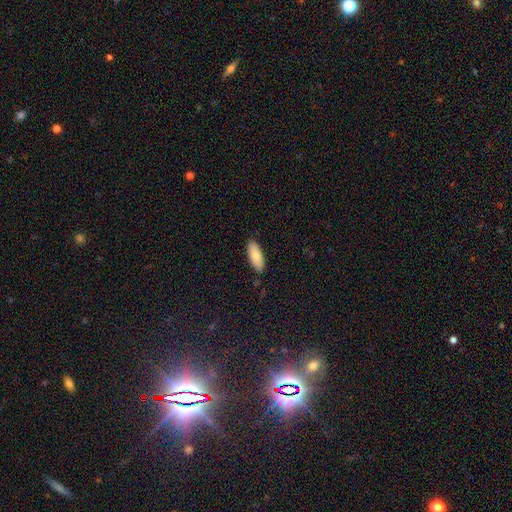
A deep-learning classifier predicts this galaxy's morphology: This appears to be a smooth galaxy with no disk features (80%) that is in between round and cigar-shaped (77%). Merging: none (87%).